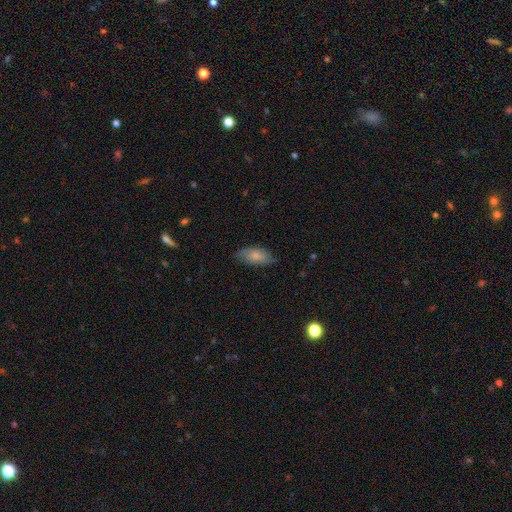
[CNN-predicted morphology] Smooth or featured? Predicted: smooth (p=0.79). How rounded? Predicted: in between (p=0.87). Merging? Predicted: none (p=0.77).